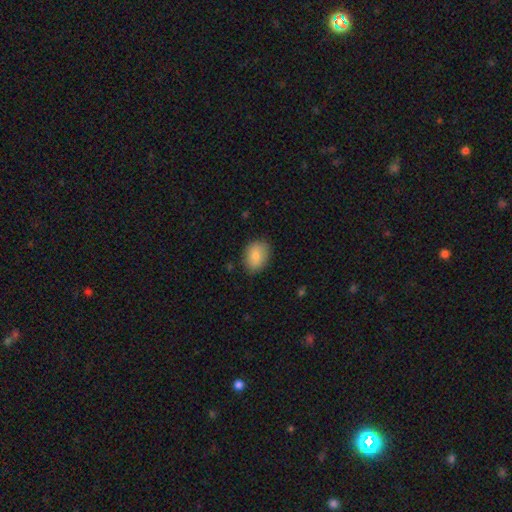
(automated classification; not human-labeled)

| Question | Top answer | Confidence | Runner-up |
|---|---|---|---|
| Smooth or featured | smooth | 82% | featured or disk (11%) |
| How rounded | in between | 70% | round (29%) |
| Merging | none | 82% | minor disturbance (14%) |